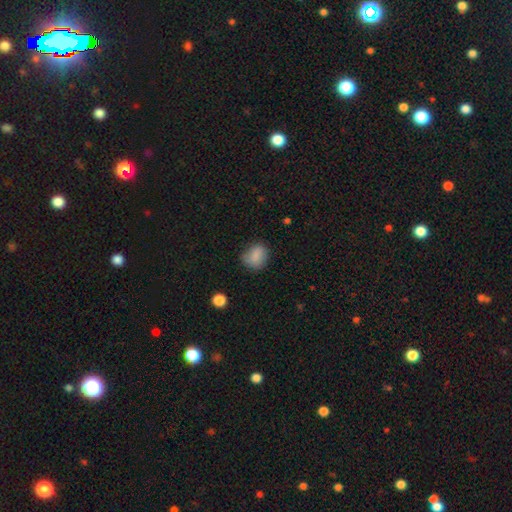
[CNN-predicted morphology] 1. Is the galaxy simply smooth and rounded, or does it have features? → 84% smooth, 9% star or artifact, 7% featured or disk.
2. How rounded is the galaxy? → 58% round, 41% in between, 1% cigar-shaped.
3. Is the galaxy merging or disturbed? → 66% none, 26% minor disturbance, 7% major disturbance, 2% merger.